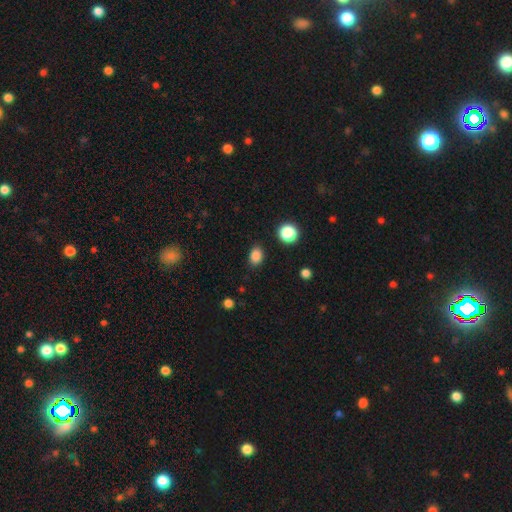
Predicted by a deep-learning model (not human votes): Overall: smooth (85%). How rounded: in between (65%; round 34%). Merging: none (85%).